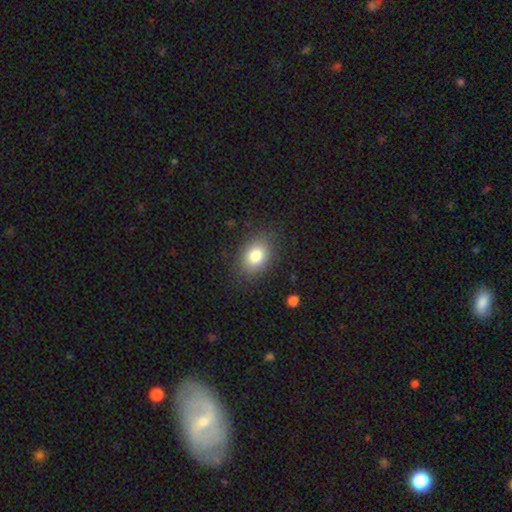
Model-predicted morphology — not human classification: Smooth or featured?
  - smooth: 80% *
  - star or artifact: 10%
  - featured or disk: 10%
How rounded?
  - in between: 69% *
  - round: 30%
  - cigar-shaped: 1%
Merging?
  - none: 84% *
  - minor disturbance: 11%
  - major disturbance: 4%
  - merger: 1%